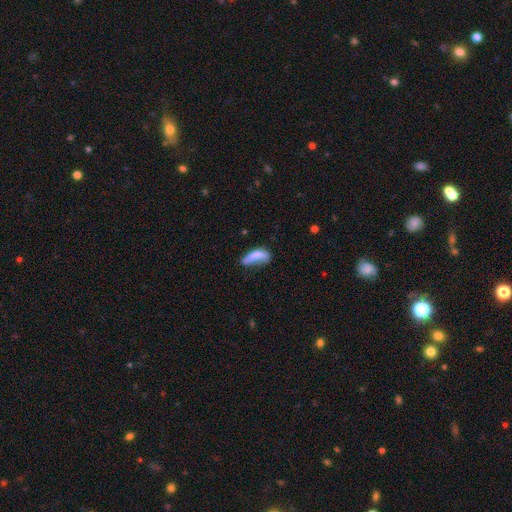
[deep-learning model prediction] A smooth galaxy with no disk features (67%) that is in between round and cigar-shaped (64%).

Vote fractions:
- Smooth or featured? smooth: 67% / featured or disk: 24% / star or artifact: 9%
- How rounded? in between: 64% / cigar-shaped: 33% / round: 3%
- Merging? major disturbance: 30% (tied) / minor disturbance: 30% (tied) / none: 28% / merger: 13%